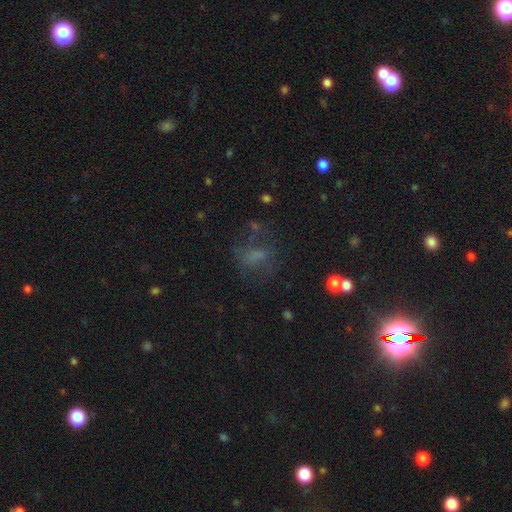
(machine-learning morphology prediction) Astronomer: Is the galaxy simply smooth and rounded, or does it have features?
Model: smooth — 48% (runner-up: featured or disk, 27%).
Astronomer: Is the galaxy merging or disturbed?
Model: none — 52%.